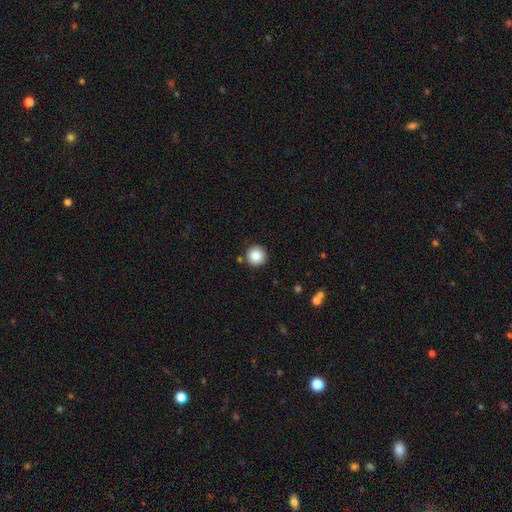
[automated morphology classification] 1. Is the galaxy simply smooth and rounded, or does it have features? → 86% smooth, 9% star or artifact, 5% featured or disk.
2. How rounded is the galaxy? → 96% round, 3% in between, 1% cigar-shaped.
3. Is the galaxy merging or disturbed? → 88% none, 7% minor disturbance, 3% merger, 2% major disturbance.